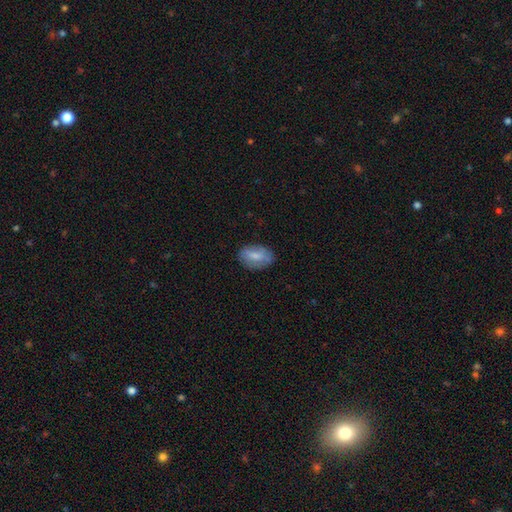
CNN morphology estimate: Smooth or featured? smooth (74%)
How rounded? in between (89%)
Merging? none (74%)